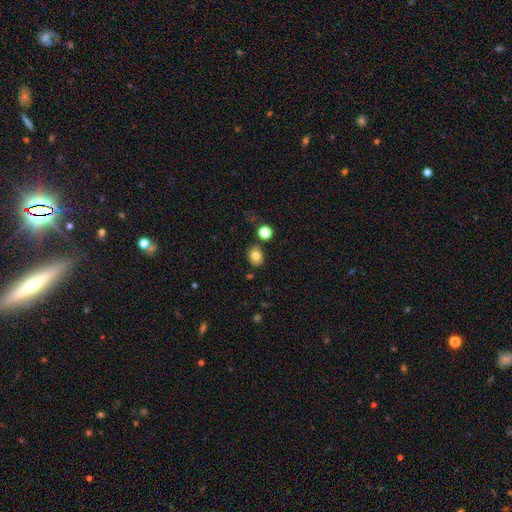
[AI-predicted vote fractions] A smooth galaxy with no disk features (79%) that is round (50%).

Vote fractions:
- Smooth or featured? smooth: 79% / star or artifact: 11% / featured or disk: 9%
- How rounded? round: 50% / in between: 49% / cigar-shaped: 1%
- Merging? none: 81% / minor disturbance: 10% / merger: 6% / major disturbance: 3%